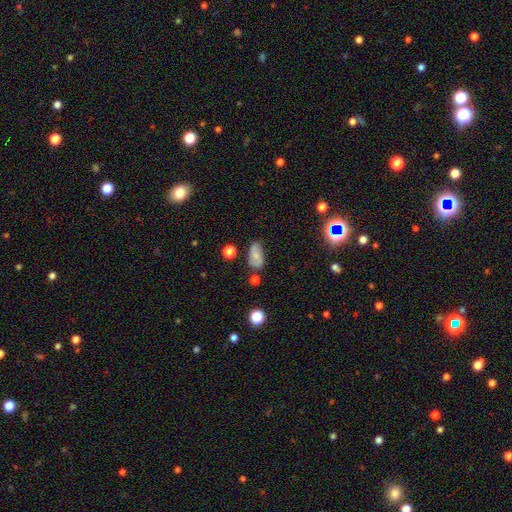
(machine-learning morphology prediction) The model was most divided on "smooth or featured": smooth: 65%, featured or disk: 23%, star or artifact: 11%. More confident: how rounded — in between (90%); merging — none (66%).